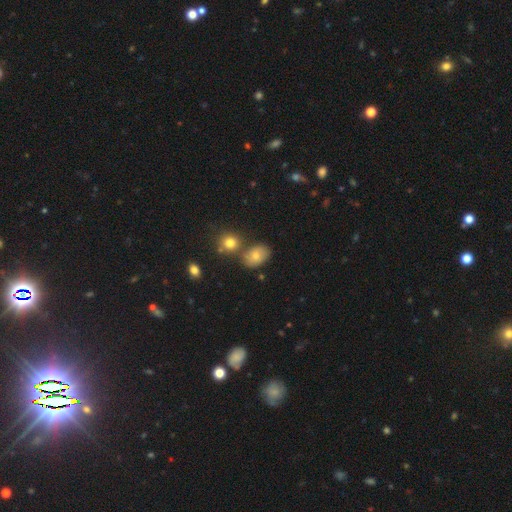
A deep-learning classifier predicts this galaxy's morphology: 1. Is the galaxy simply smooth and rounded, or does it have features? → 71% smooth, 17% featured or disk, 13% star or artifact.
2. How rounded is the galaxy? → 73% in between, 26% round, 1% cigar-shaped.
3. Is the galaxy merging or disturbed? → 61% none, 19% merger, 16% minor disturbance, 4% major disturbance.